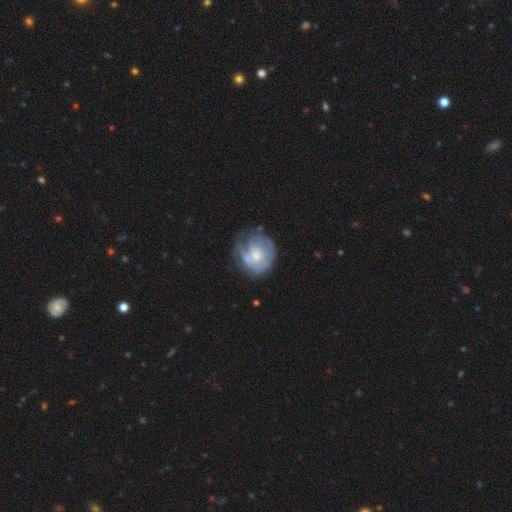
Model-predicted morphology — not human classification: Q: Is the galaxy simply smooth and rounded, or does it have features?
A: featured or disk — 61%.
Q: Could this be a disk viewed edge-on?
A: no — 98%.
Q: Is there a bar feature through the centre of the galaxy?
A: no — 75%.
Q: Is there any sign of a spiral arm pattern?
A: yes — 65%.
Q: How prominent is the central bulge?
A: small — 48%.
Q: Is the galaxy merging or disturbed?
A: none — 48%.